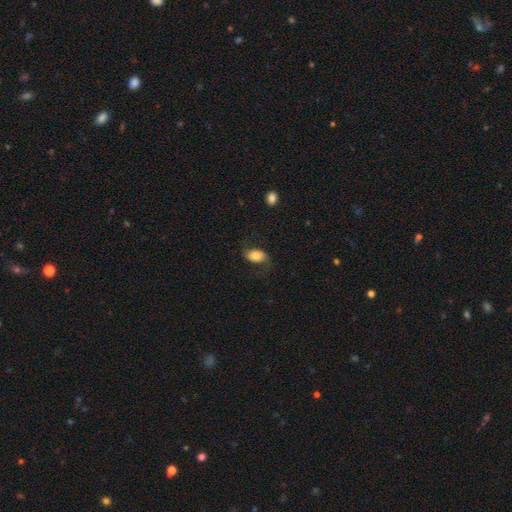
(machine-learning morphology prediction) Smooth or featured? smooth (64%)
How rounded? in between (88%)
Merging? none (65%)